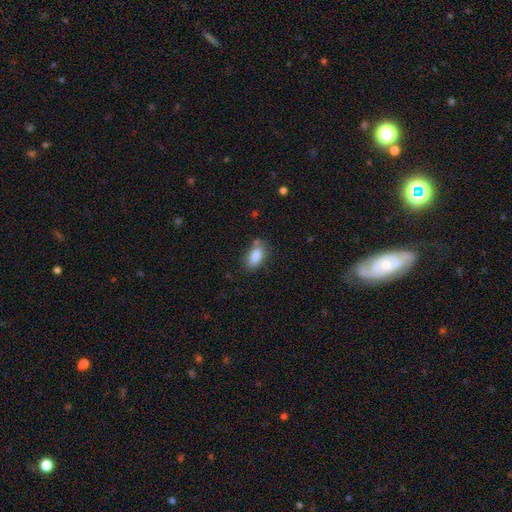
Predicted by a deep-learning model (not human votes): A smooth galaxy with no disk features (84%) that is in between round and cigar-shaped (88%).

Vote fractions:
- Smooth or featured? smooth: 84% / star or artifact: 8% / featured or disk: 8%
- How rounded? in between: 88% / cigar-shaped: 8% / round: 5%
- Merging? none: 65% / minor disturbance: 21% / merger: 9% / major disturbance: 5%